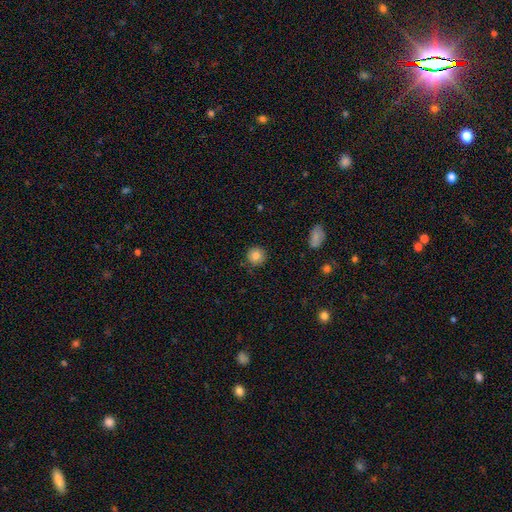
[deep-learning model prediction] A smooth galaxy with no disk features (83%) that is round (93%).

Vote fractions:
- Smooth or featured? smooth: 83% / star or artifact: 9% / featured or disk: 7%
- How rounded? round: 93% / in between: 6% / cigar-shaped: 1%
- Merging? none: 88% / minor disturbance: 9% / major disturbance: 2% / merger: 1%